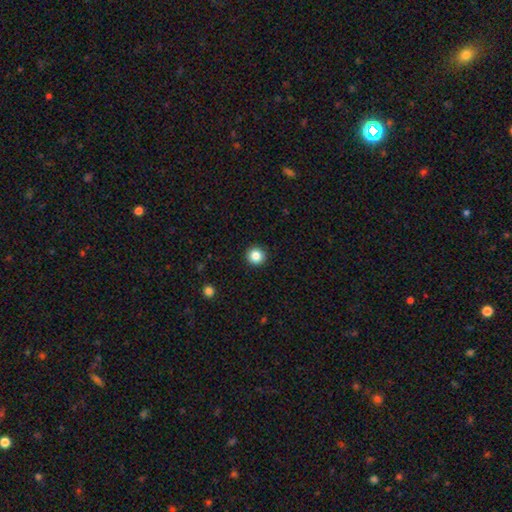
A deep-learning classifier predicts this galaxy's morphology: smooth 84%, star or artifact 11%, featured or disk 5%. Down the decision tree: how rounded — round (94%); merging — none (93%).